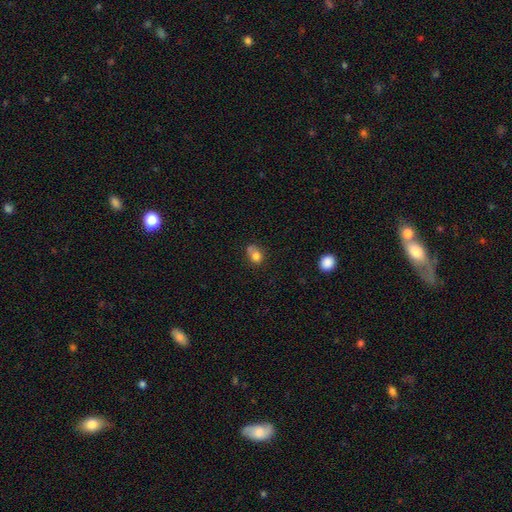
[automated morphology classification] A smooth galaxy with no disk features (78%) that is in between round and cigar-shaped (51%). Merging: none (41%).